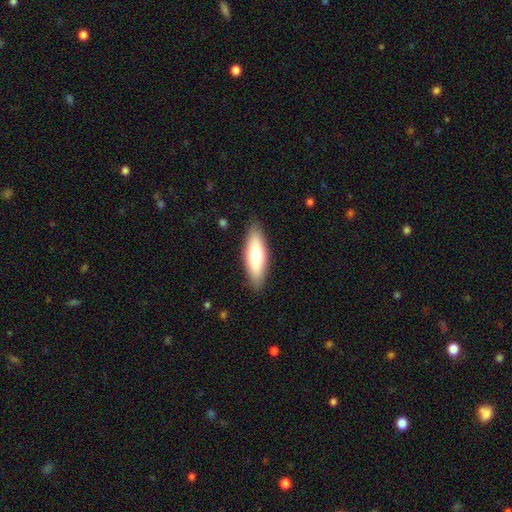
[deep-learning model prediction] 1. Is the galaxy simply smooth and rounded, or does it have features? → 66% smooth, 28% featured or disk, 6% star or artifact.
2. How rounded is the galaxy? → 51% in between, 47% cigar-shaped, 2% round.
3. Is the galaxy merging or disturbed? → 87% none, 10% minor disturbance, 2% major disturbance, 1% merger.